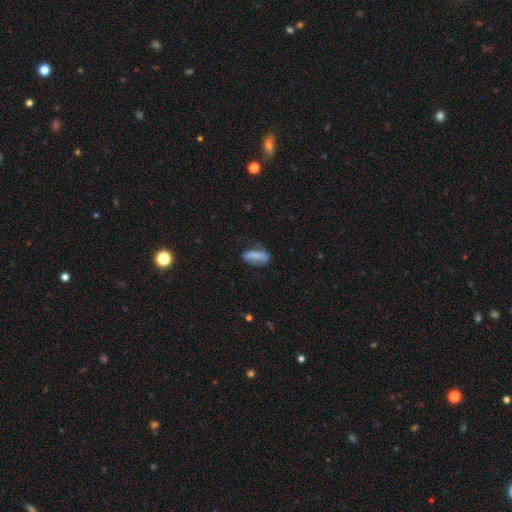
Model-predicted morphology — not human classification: type=smooth (69%); roundness=in between (81%); merging=none (59%).